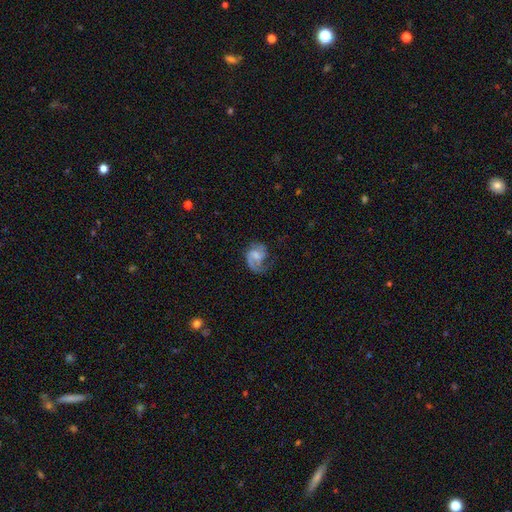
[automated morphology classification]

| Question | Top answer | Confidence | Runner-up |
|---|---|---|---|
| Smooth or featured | featured or disk | 74% | smooth (20%) |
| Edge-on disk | no | 98% | yes (2%) |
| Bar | weak | 50% | no (38%) |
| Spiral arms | yes | 93% | no (7%) |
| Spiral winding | medium | 48% | loose (32%) |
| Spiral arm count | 2 | 60% | 1 (31%) |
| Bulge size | small | 34% | tied: moderate (34%) |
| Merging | none | 52% | minor disturbance (23%) |